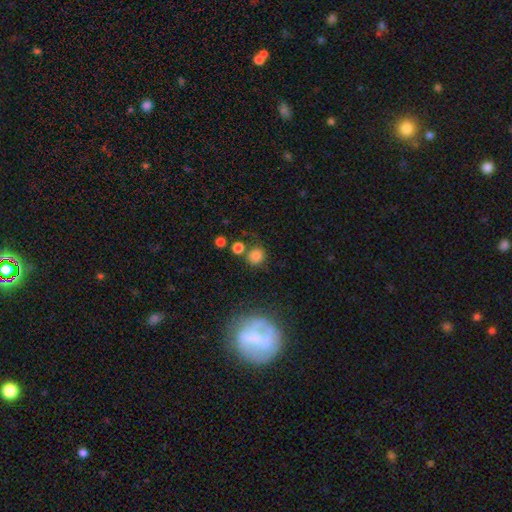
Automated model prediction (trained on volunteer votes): Overall: smooth (79%). How rounded: round (89%). Merging: none (74%).